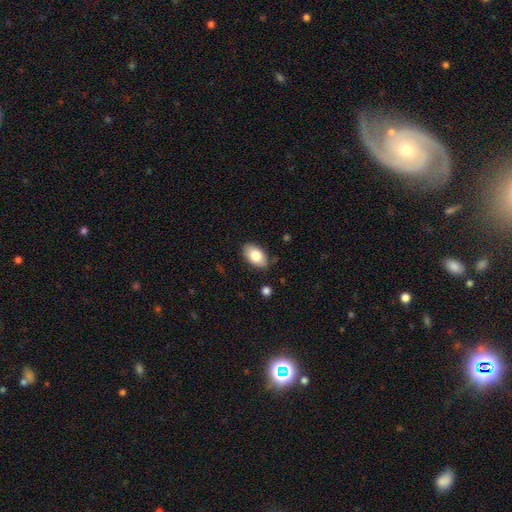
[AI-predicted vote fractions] smooth-or-featured: smooth: 83% | featured or disk: 11% | star or artifact: 7%
  how-rounded: in between: 94% | round: 5% | cigar-shaped: 2%
  merging: none: 85% | minor disturbance: 12% | major disturbance: 2% | merger: 1%